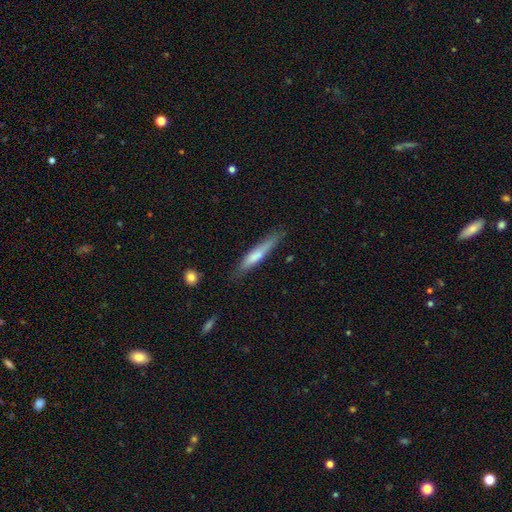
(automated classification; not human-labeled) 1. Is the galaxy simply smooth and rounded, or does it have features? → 66% smooth, 28% featured or disk, 6% star or artifact.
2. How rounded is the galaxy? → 90% cigar-shaped, 9% in between, 1% round.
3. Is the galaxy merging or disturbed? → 77% none, 18% minor disturbance, 4% major disturbance, 2% merger.